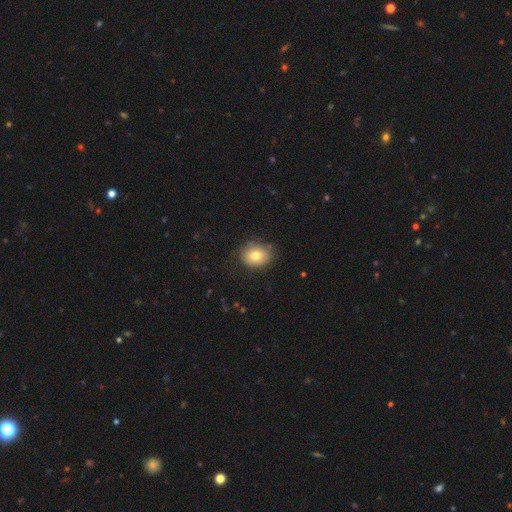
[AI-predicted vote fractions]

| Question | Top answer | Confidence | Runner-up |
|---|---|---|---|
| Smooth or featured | smooth | 78% | featured or disk (12%) |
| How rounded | round | 53% | in between (47%) |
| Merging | none | 79% | minor disturbance (16%) |